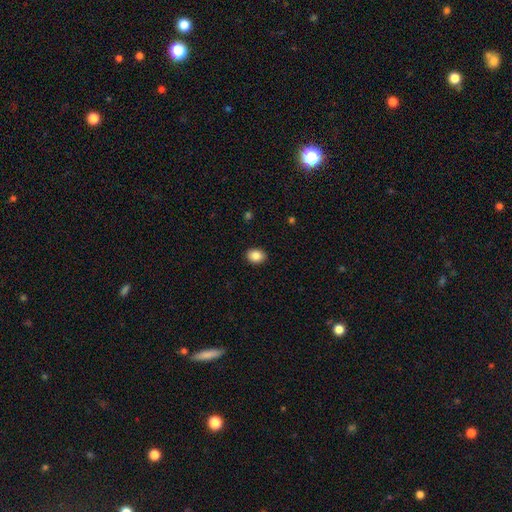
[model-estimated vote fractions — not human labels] smooth-or-featured: smooth: 86% | star or artifact: 8% | featured or disk: 5%
  how-rounded: in between: 61% | round: 38% | cigar-shaped: 1%
  merging: none: 90% | minor disturbance: 7% | major disturbance: 2% | merger: 1%